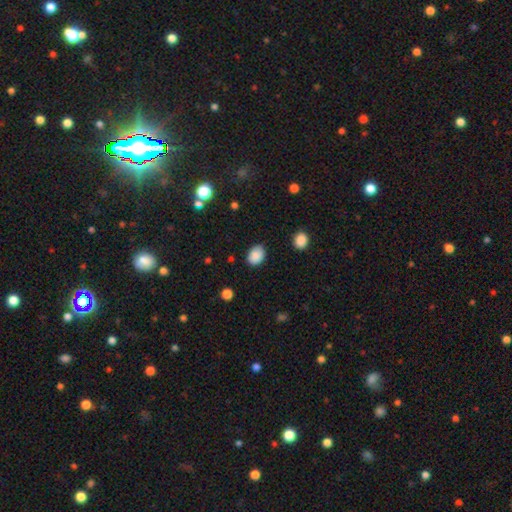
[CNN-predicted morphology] smooth 87%, star or artifact 8%, featured or disk 4%. Down the decision tree: how rounded — in between (73%); merging — none (83%).